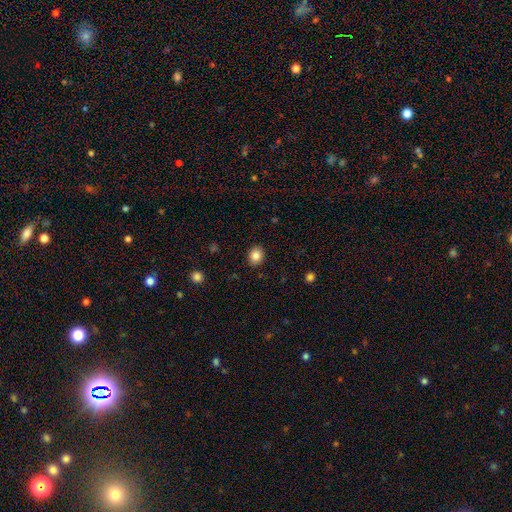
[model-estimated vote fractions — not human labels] The model was most divided on "how rounded": round: 57%, in between: 42%, cigar-shaped: 1%. More confident: merging — none (90%); smooth or featured — smooth (84%).